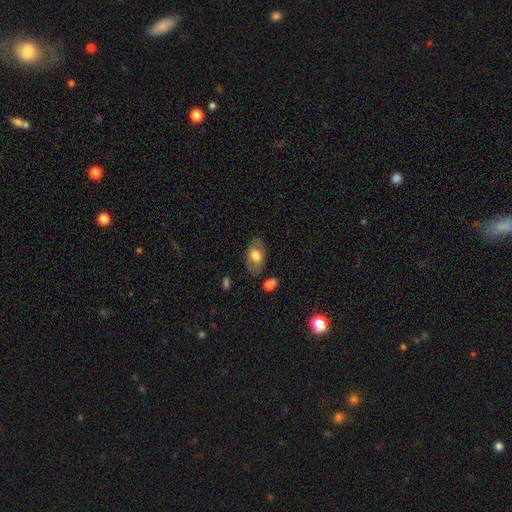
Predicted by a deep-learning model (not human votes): This is possibly a smooth galaxy (55%). How rounded: clearly in between (91%). Merging: likely none (78%).